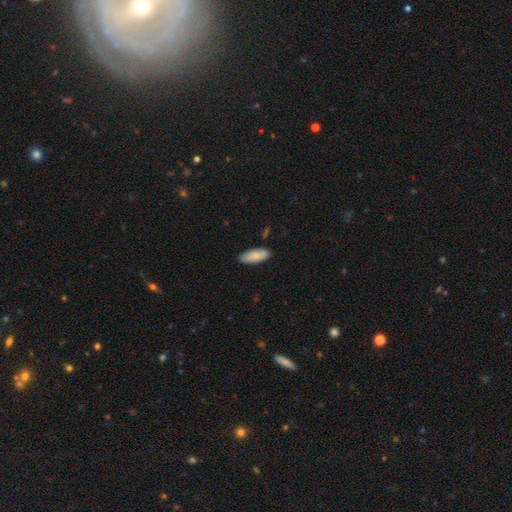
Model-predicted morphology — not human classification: Smooth or featured?
  - smooth: 82% *
  - featured or disk: 12%
  - star or artifact: 6%
How rounded?
  - in between: 78% *
  - cigar-shaped: 20%
  - round: 2%
Merging?
  - none: 84% *
  - minor disturbance: 12%
  - major disturbance: 2%
  - merger: 2%